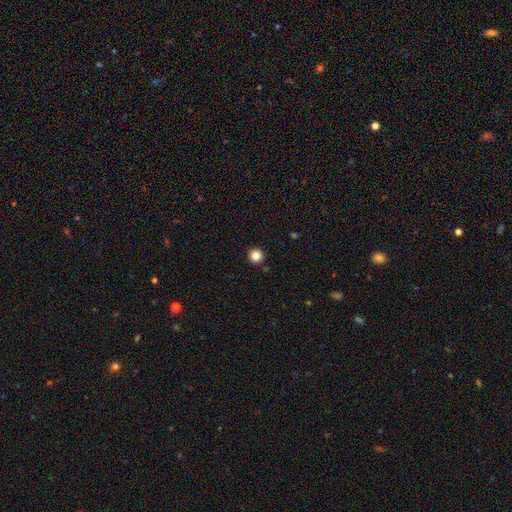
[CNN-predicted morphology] A smooth galaxy with no disk features (84%) that is round (96%). Merging: none (93%).